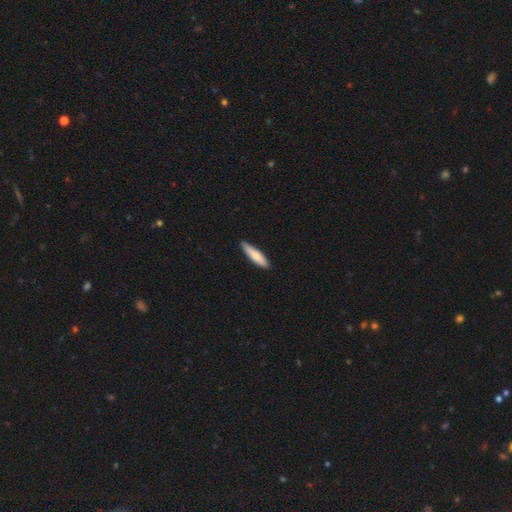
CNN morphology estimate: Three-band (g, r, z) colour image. It shows a smooth galaxy with no disk features (77%) that is cigar-shaped (78%). Merging: none (85%).